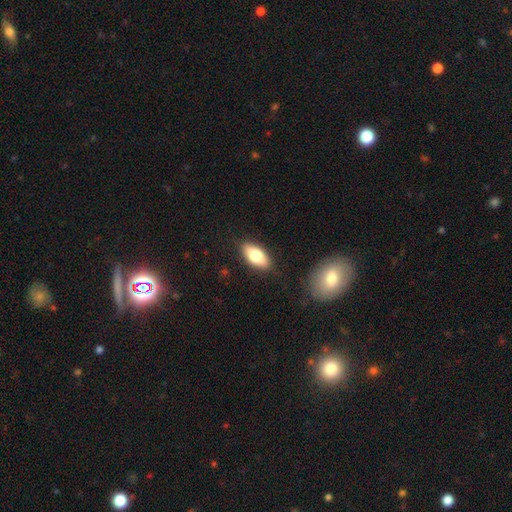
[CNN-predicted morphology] This appears to be a smooth galaxy with no disk features (77%) that is in between round and cigar-shaped (88%). Merging: none (86%).